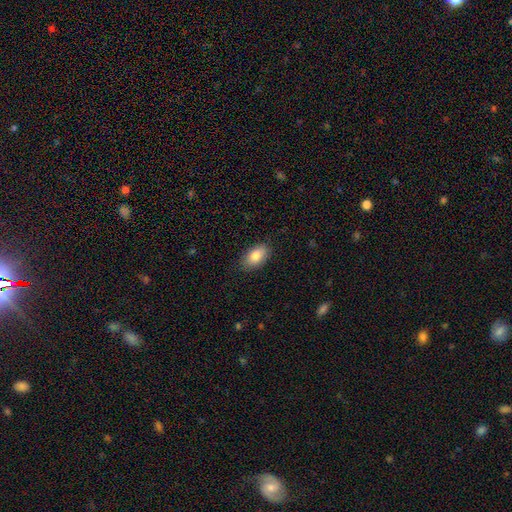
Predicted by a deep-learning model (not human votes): Morphology: type=smooth (84%); roundness=in between (93%); merging=none (86%).